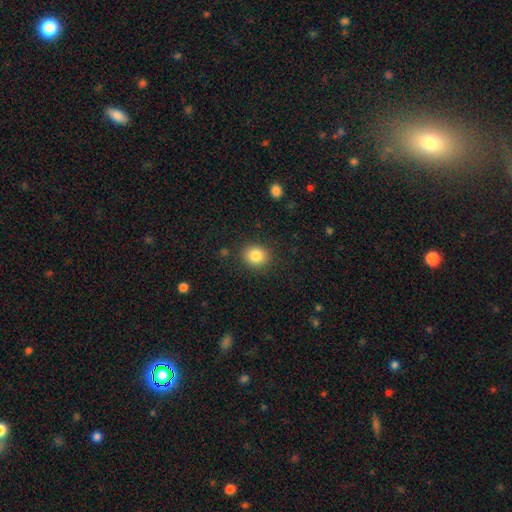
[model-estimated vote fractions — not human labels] Smooth or featured? Predicted: smooth (p=0.84). How rounded? Predicted: round (p=0.76). Merging? Predicted: none (p=0.88).